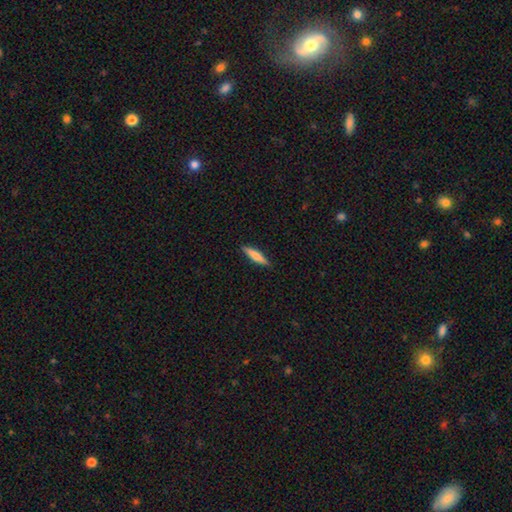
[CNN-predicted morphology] Smooth or featured: smooth — 74% (featured or disk — 20%)
How rounded: cigar-shaped — 86% (in between — 13%)
Merging: none — 89% (minor disturbance — 8%)